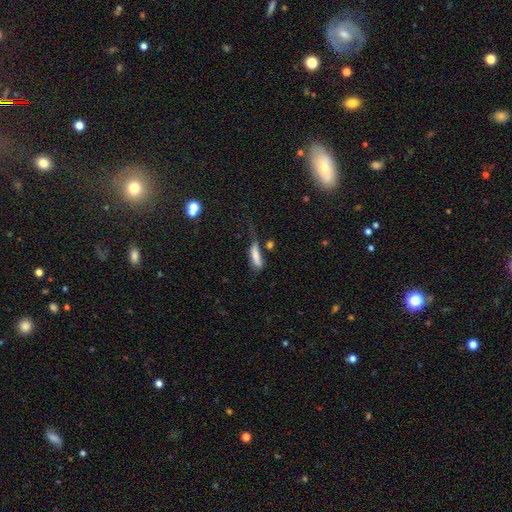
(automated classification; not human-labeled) Morphology: type=smooth (74%); roundness=cigar-shaped (62%); merging=none (32%).